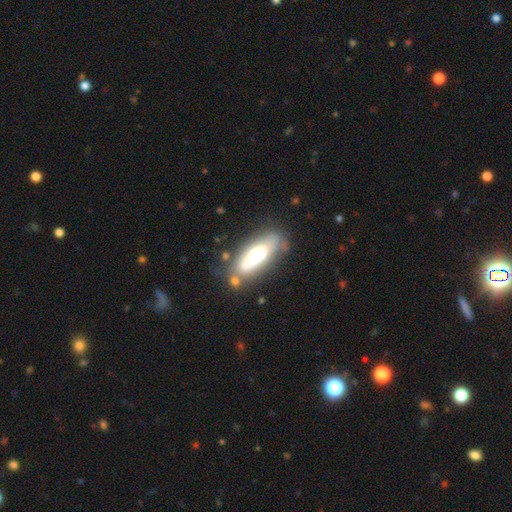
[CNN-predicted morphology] smooth-or-featured: smooth: 57% | featured or disk: 37% | star or artifact: 7%
  how-rounded: in between: 71% | cigar-shaped: 26% | round: 2%
  merging: none: 59% | minor disturbance: 22% | merger: 10% | major disturbance: 9%